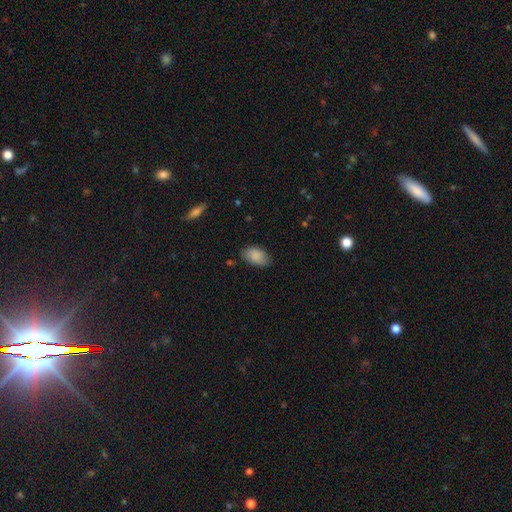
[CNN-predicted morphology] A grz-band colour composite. It shows a smooth galaxy with no disk features (87%) that is in between round and cigar-shaped (91%). Merging: none (78%).